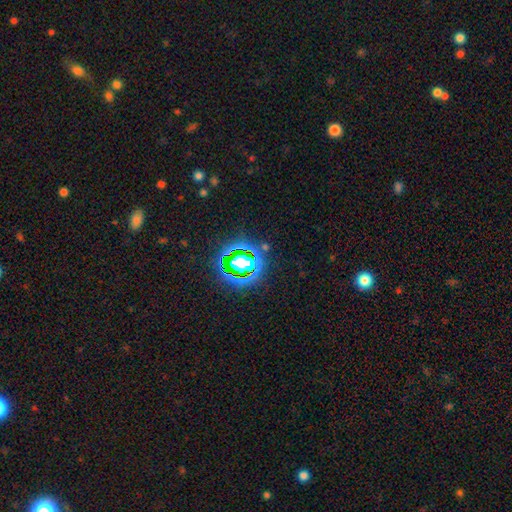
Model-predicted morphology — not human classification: This is likely a star or artifact rather than a galaxy (79%).